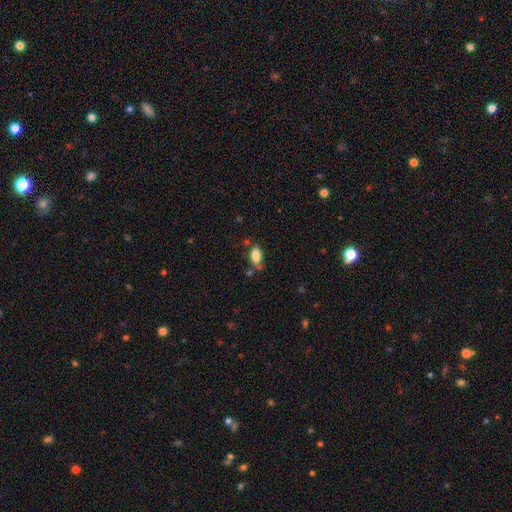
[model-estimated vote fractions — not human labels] Q: Smooth or featured?
A: smooth (83%); runner-up: featured or disk (9%)
Q: How rounded?
A: in between (91%); runner-up: round (6%)
Q: Merging?
A: none (65%); runner-up: minor disturbance (20%)